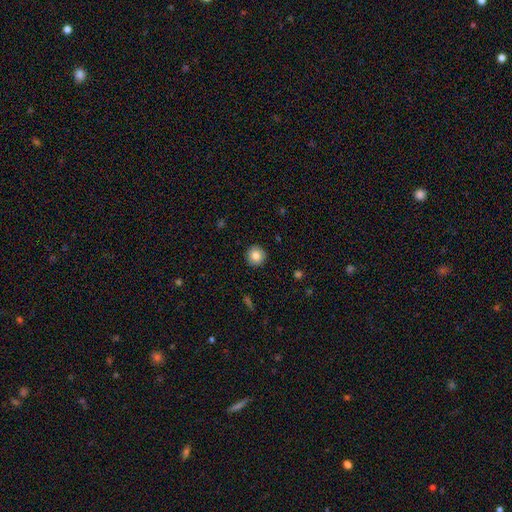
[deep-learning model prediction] Q: Smooth or featured?
A: smooth (83%); runner-up: star or artifact (9%)
Q: How rounded?
A: round (94%); runner-up: in between (5%)
Q: Merging?
A: none (92%); runner-up: minor disturbance (6%)